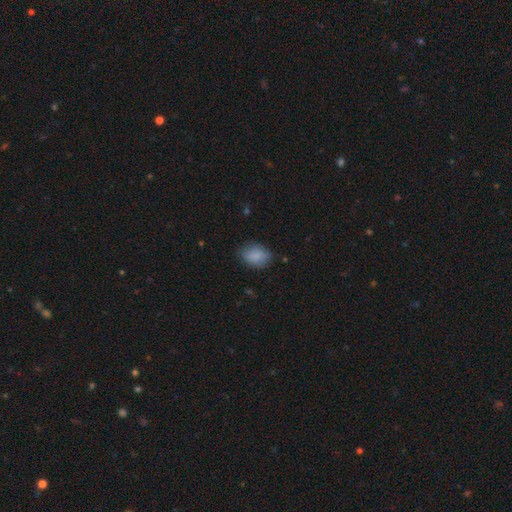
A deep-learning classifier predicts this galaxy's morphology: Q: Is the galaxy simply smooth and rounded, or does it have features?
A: smooth — 84%.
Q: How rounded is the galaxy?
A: in between — 71%.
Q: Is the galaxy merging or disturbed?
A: none — 73%.